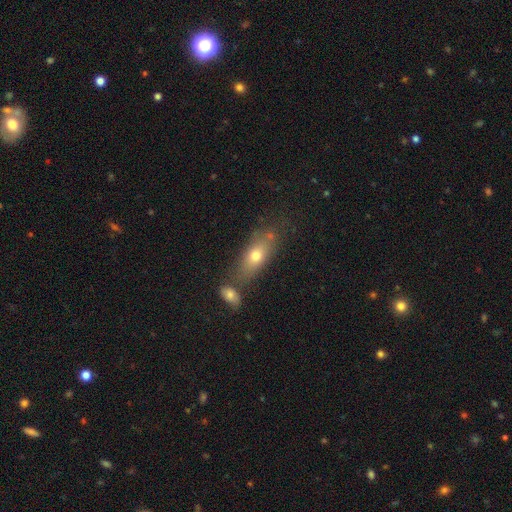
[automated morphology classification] Smooth or featured? Predicted: smooth (p=0.67). How rounded? Predicted: in between (p=0.72). Merging? Predicted: none (p=0.59).